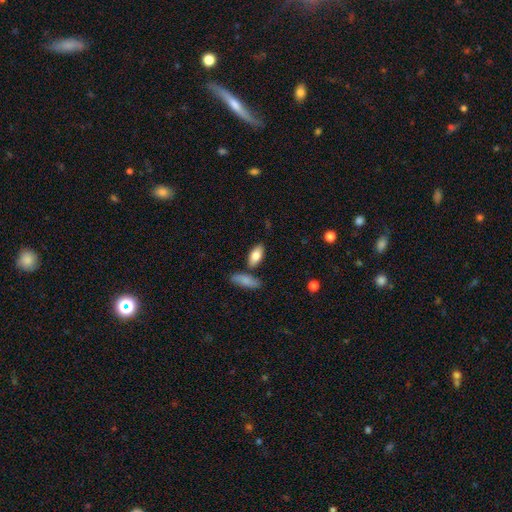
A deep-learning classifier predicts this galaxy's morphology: This appears to be a smooth galaxy with no disk features (81%) that is in between round and cigar-shaped (88%). Merging: none (74%).